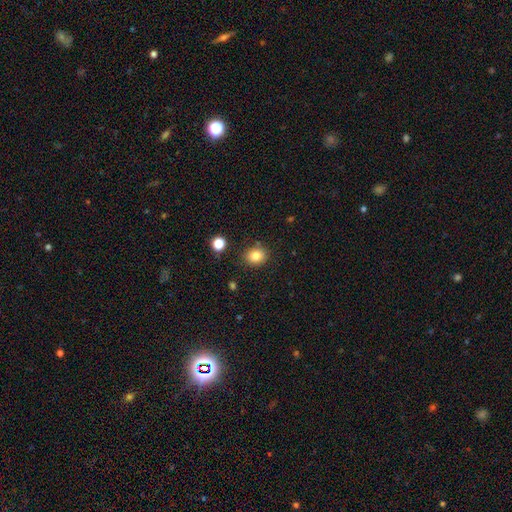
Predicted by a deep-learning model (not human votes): Smooth or featured? smooth (84%)
How rounded? round (62%)
Merging? none (84%)